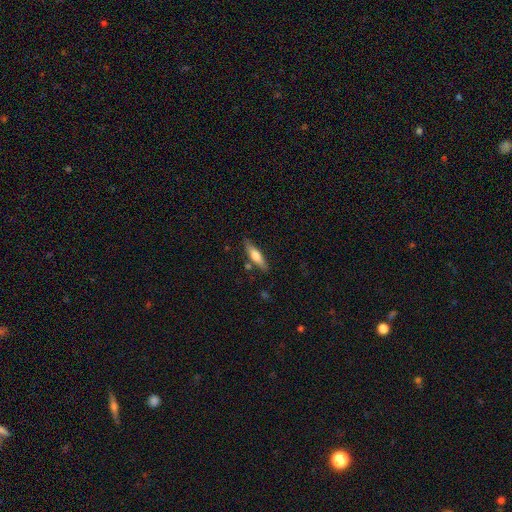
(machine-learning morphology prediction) A smooth galaxy with no disk features (56%) that is cigar-shaped (73%).

Vote fractions:
- Smooth or featured? smooth: 56% / featured or disk: 38% / star or artifact: 6%
- How rounded? cigar-shaped: 73% / in between: 25% / round: 2%
- Merging? none: 80% / minor disturbance: 13% / merger: 5% / major disturbance: 3%